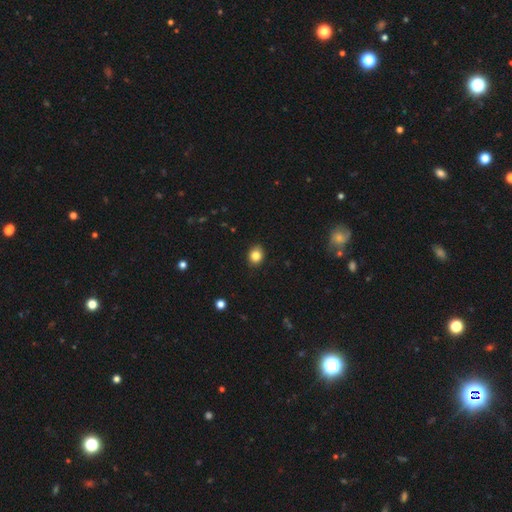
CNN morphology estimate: A smooth galaxy with no disk features (84%) that is round (58%).

Vote fractions:
- Smooth or featured? smooth: 84% / star or artifact: 10% / featured or disk: 6%
- How rounded? round: 58% / in between: 41% / cigar-shaped: 1%
- Merging? none: 88% / minor disturbance: 9% / major disturbance: 2% / merger: 1%